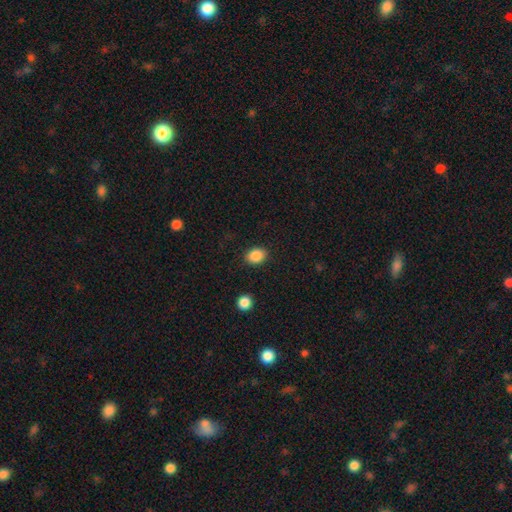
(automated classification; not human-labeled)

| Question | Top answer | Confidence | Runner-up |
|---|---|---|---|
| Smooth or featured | smooth | 88% | star or artifact (9%) |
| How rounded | in between | 63% | round (36%) |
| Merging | none | 87% | minor disturbance (9%) |